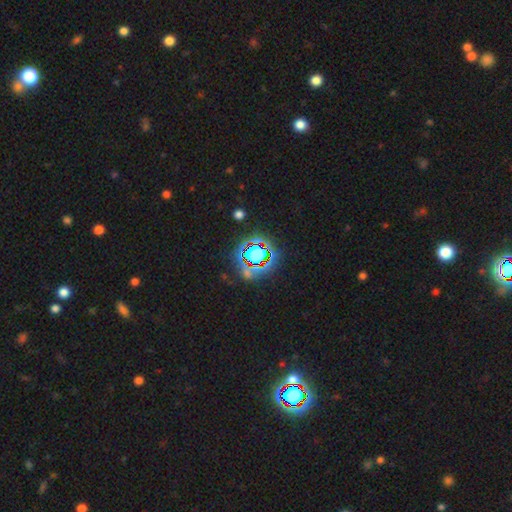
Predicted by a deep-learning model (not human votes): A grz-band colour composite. It shows a star or artifact, not a galaxy (67%).